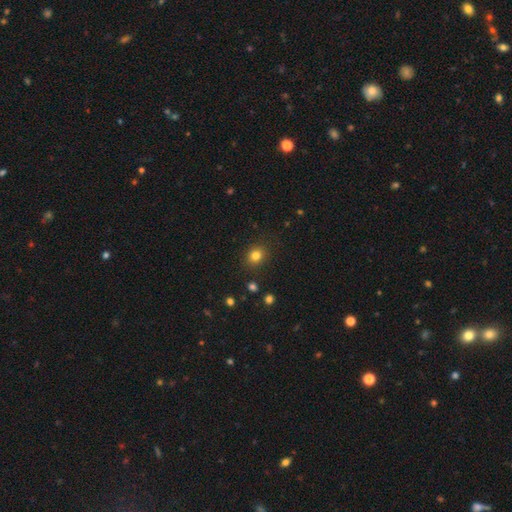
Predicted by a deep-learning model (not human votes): smooth-or-featured: smooth: 81% | star or artifact: 13% | featured or disk: 6%
  how-rounded: round: 71% | in between: 28% | cigar-shaped: 1%
  merging: none: 88% | minor disturbance: 8% | major disturbance: 3% | merger: 2%